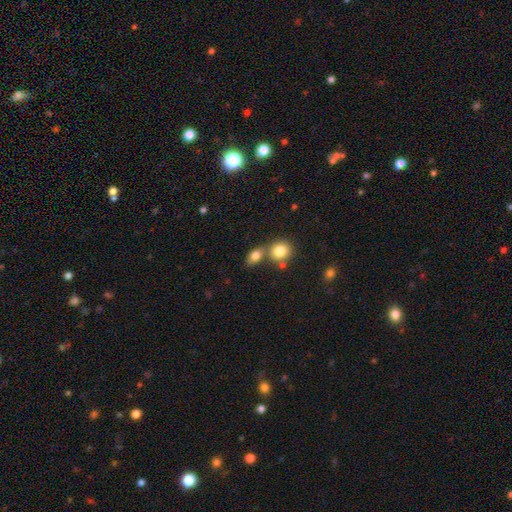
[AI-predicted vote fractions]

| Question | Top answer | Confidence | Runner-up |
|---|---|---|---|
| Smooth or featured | smooth | 80% | featured or disk (11%) |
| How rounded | in between | 70% | round (26%) |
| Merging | none | 44% | merger (42%) |